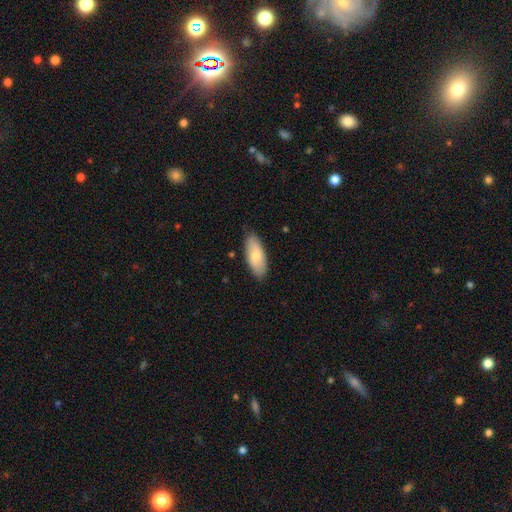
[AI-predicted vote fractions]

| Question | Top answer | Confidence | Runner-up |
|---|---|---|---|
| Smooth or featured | smooth | 75% | featured or disk (20%) |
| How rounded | in between | 84% | cigar-shaped (14%) |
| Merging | none | 85% | minor disturbance (12%) |